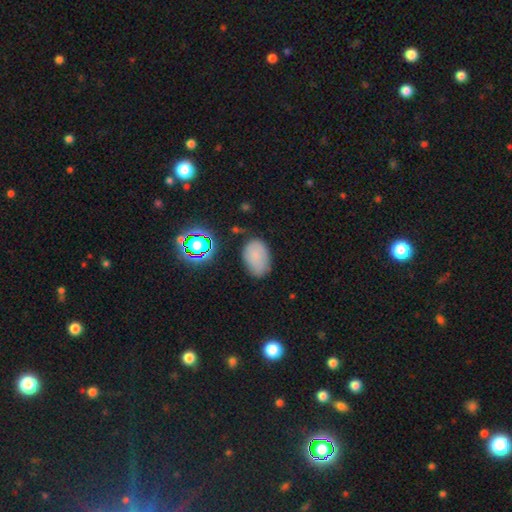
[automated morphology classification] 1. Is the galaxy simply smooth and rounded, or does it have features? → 77% smooth, 13% star or artifact, 10% featured or disk.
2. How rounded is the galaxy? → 89% in between, 10% round, 1% cigar-shaped.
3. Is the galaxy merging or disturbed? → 72% none, 20% minor disturbance, 5% major disturbance, 3% merger.